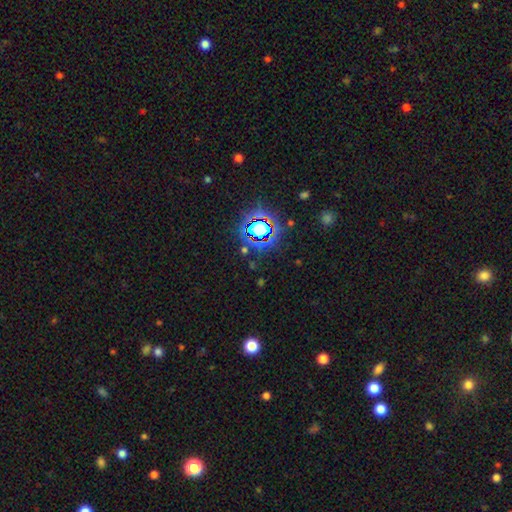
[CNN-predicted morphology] Smooth or featured? Predicted: star or artifact (p=0.80).